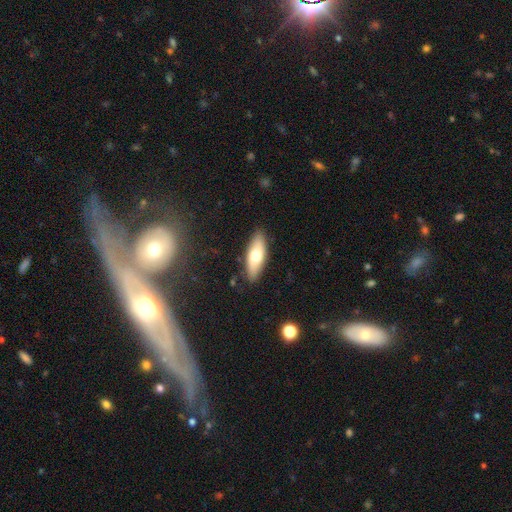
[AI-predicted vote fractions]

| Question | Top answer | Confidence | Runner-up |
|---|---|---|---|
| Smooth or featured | smooth | 66% | featured or disk (28%) |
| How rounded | in between | 70% | cigar-shaped (28%) |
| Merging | none | 87% | minor disturbance (10%) |